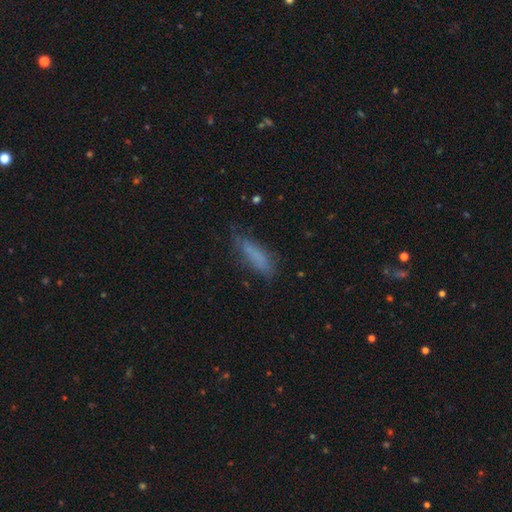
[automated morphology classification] This is likely a smooth galaxy (72%). How rounded: likely cigar-shaped (62%). Merging: likely none (61%).